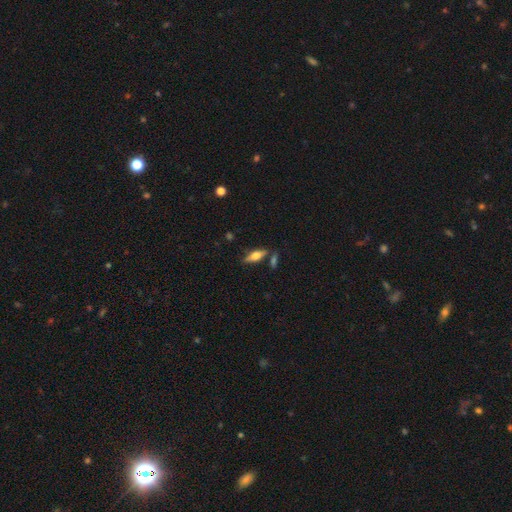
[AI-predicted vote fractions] A smooth galaxy with no disk features (48%).

Vote fractions:
- Smooth or featured? smooth: 48% / featured or disk: 45% / star or artifact: 7%
- Merging? none: 77% / minor disturbance: 12% / merger: 9% / major disturbance: 3%